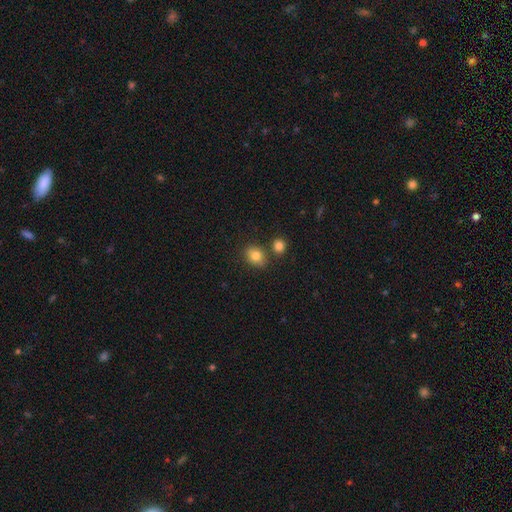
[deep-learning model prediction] Smooth or featured?
  - smooth: 82% *
  - star or artifact: 10%
  - featured or disk: 8%
How rounded?
  - round: 50% *
  - in between: 49%
  - cigar-shaped: 1%
Merging?
  - none: 70% *
  - merger: 14%
  - minor disturbance: 12%
  - major disturbance: 3%